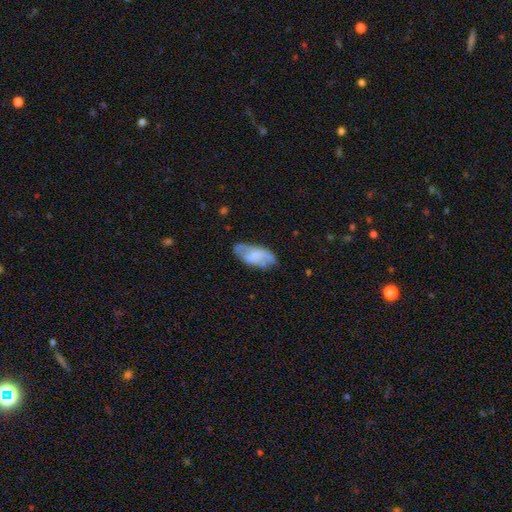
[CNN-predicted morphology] The model was most divided on "smooth or featured": smooth: 52%, featured or disk: 41%, star or artifact: 7%. More confident: how rounded — in between (89%); merging — none (62%).